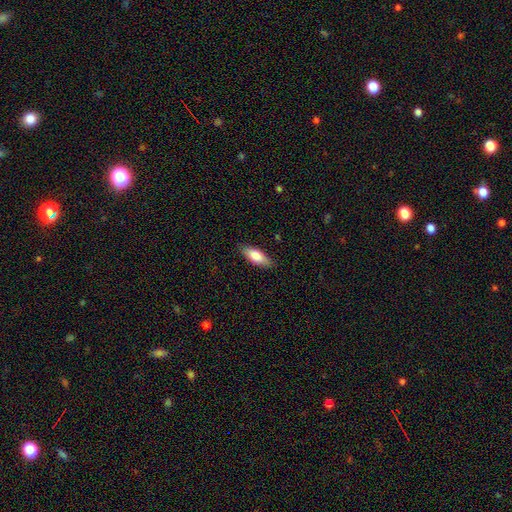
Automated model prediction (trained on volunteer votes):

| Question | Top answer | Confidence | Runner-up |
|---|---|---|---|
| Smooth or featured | smooth | 79% | featured or disk (16%) |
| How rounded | in between | 73% | cigar-shaped (25%) |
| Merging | none | 86% | minor disturbance (11%) |